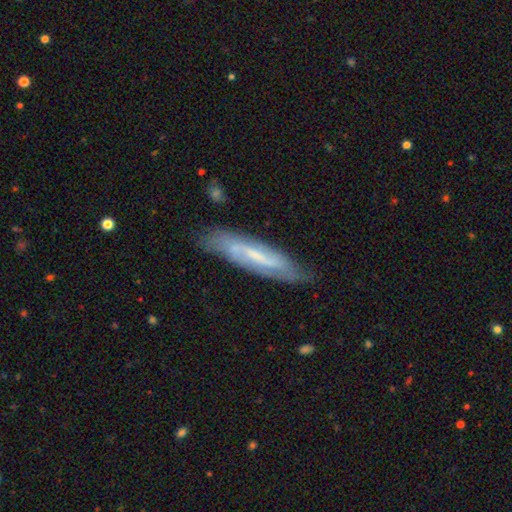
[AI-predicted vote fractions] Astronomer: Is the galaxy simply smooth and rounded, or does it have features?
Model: featured or disk — 67%.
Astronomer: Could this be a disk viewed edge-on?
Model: no — 64%.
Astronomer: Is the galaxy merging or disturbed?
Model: none — 76%.